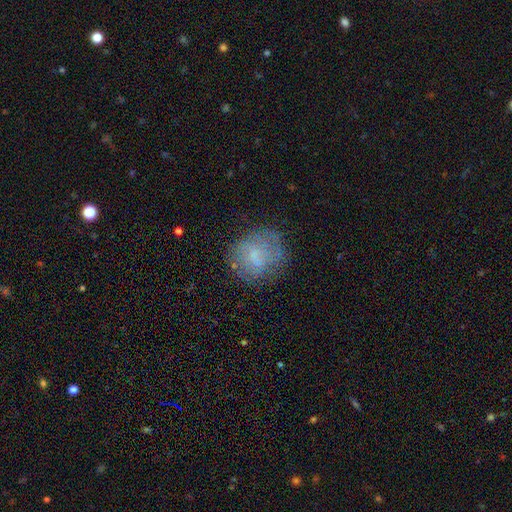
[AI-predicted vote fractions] Smooth or featured?
  - smooth: 45% *
  - featured or disk: 44%
  - star or artifact: 11%
Merging?
  - none: 68% *
  - minor disturbance: 19%
  - major disturbance: 11%
  - merger: 2%